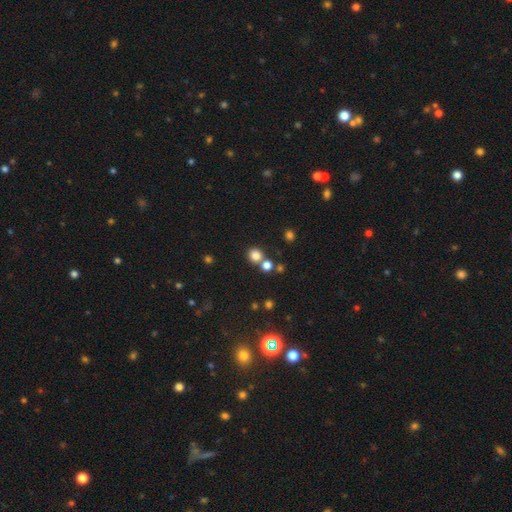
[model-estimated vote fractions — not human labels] A smooth galaxy with no disk features (80%) that is round (88%).

Vote fractions:
- Smooth or featured? smooth: 80% / star or artifact: 14% / featured or disk: 6%
- How rounded? round: 88% / in between: 11% / cigar-shaped: 1%
- Merging? none: 66% / merger: 24% / minor disturbance: 7% / major disturbance: 3%